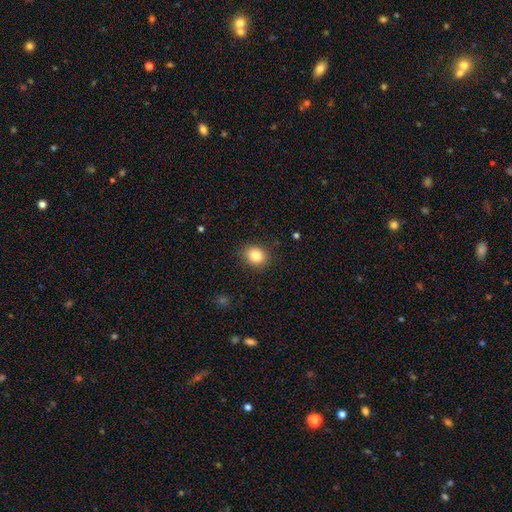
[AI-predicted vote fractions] Smooth or featured? smooth (84%)
How rounded? round (60%)
Merging? none (87%)